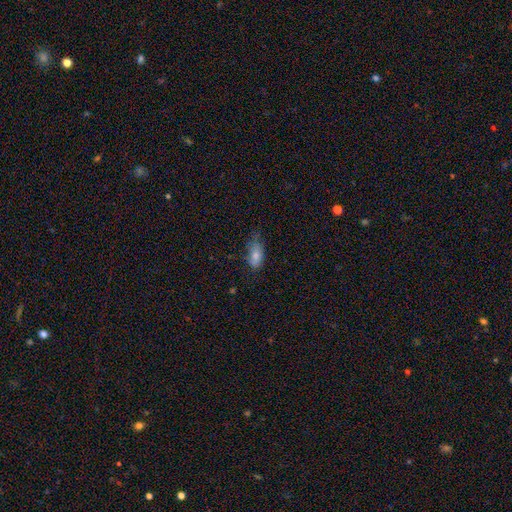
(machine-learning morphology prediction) Q: Smooth or featured?
A: smooth (78%); runner-up: featured or disk (14%)
Q: How rounded?
A: in between (88%); runner-up: cigar-shaped (8%)
Q: Merging?
A: none (49%); runner-up: minor disturbance (35%)